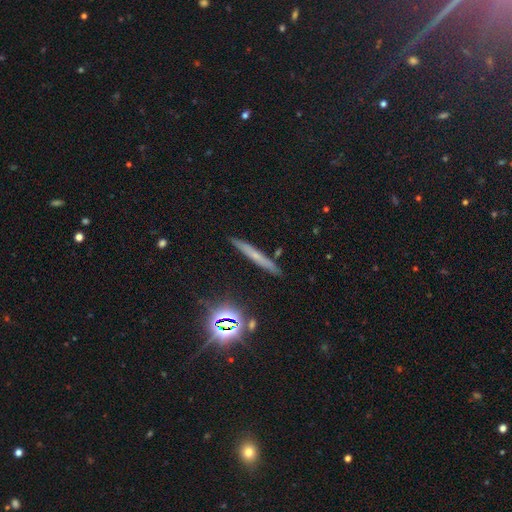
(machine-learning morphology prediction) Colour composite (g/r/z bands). It shows a smooth galaxy with no disk features (42%). Merging: none (87%).